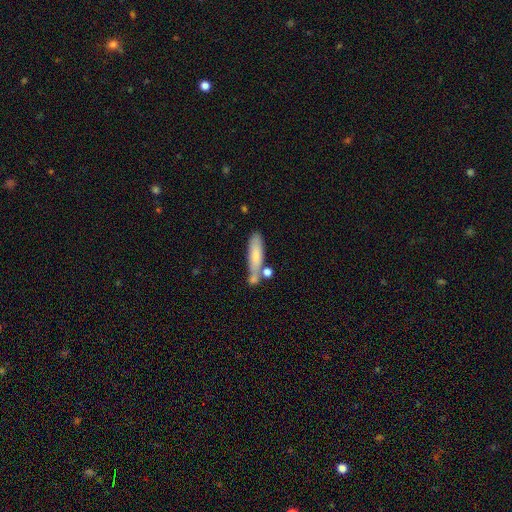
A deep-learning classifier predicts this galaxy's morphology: A smooth galaxy with no disk features (75%) that is cigar-shaped (68%). Merging: none (52%).